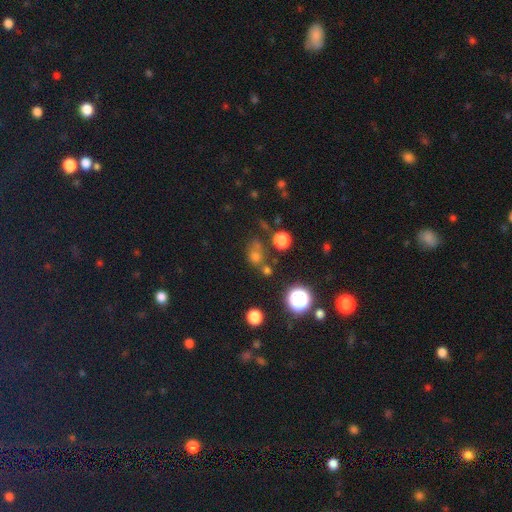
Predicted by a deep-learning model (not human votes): A smooth galaxy with no disk features (57%) that is round (68%). Merging: none (57%).